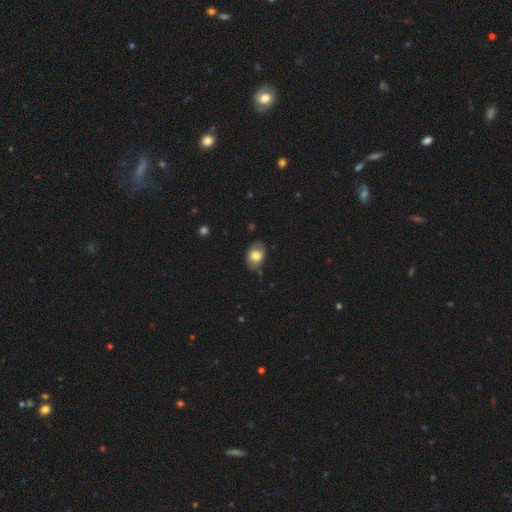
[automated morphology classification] Smooth or featured?
  - smooth: 75% *
  - featured or disk: 17%
  - star or artifact: 7%
How rounded?
  - in between: 71% *
  - round: 28%
  - cigar-shaped: 1%
Merging?
  - none: 78% *
  - minor disturbance: 17%
  - major disturbance: 4%
  - merger: 2%